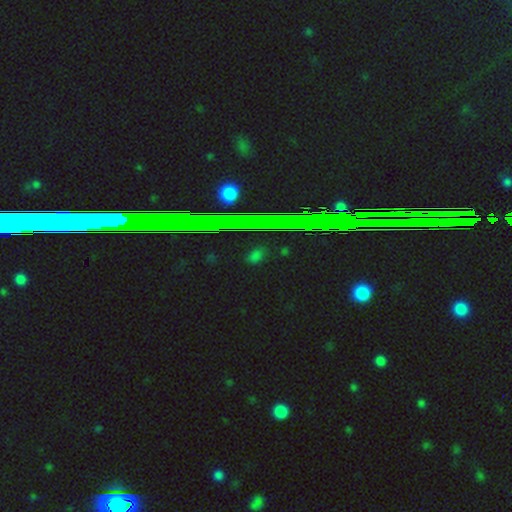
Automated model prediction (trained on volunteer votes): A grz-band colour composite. It shows a star or artifact, not a galaxy (69%).